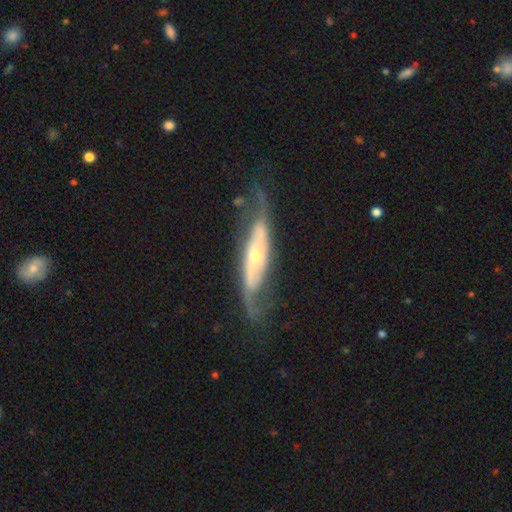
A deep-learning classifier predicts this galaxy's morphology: The model was most divided on "spiral winding": loose: 38%, medium: 37%, tight: 25%. More confident: spiral arms — yes (87%); smooth or featured — featured or disk (81%); spiral arm count — 2 (77%); edge-on disk — no (72%); merging — none (63%); bar — no (57%); bulge size — small (51%).